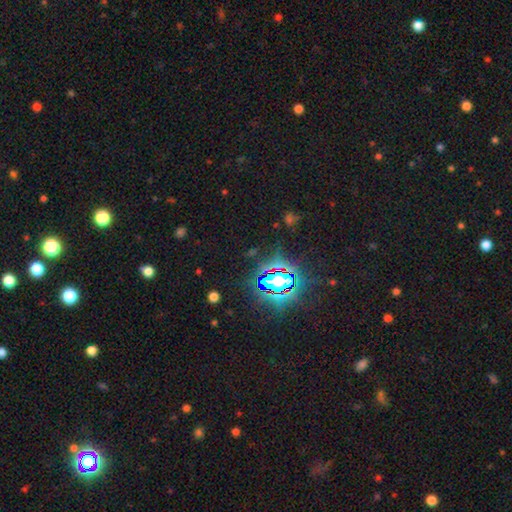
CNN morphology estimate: Smooth or featured: star or artifact — 82% (smooth — 11%)